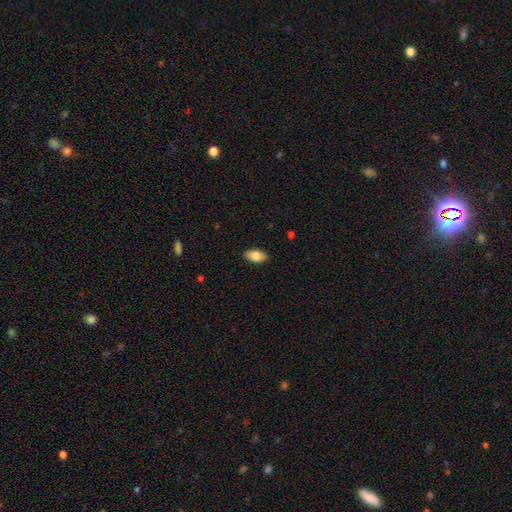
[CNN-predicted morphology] Smooth or featured: smooth — 83% (featured or disk — 10%)
How rounded: in between — 92% (cigar-shaped — 4%)
Merging: none — 88% (minor disturbance — 9%)